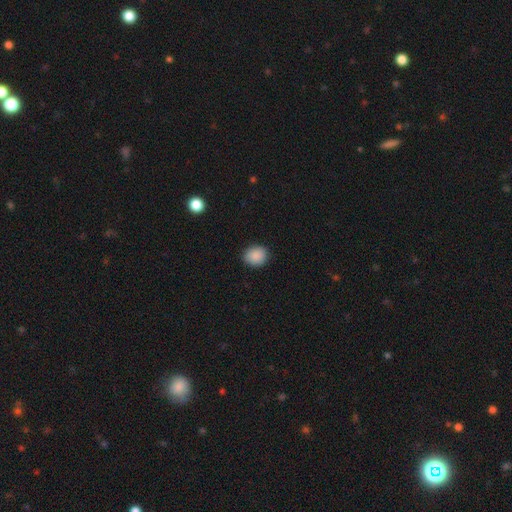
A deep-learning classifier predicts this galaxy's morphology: smooth-or-featured: smooth: 89% | star or artifact: 8% | featured or disk: 3%
  how-rounded: round: 65% | in between: 34% | cigar-shaped: 1%
  merging: none: 86% | minor disturbance: 11% | major disturbance: 2% | merger: 1%